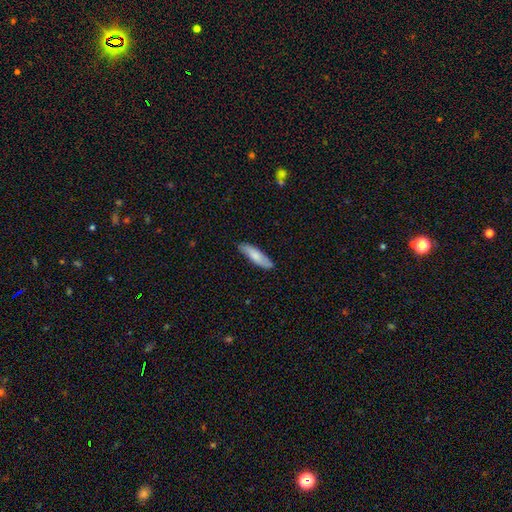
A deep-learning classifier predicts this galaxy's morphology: Smooth or featured?
  - smooth: 77% *
  - featured or disk: 18%
  - star or artifact: 5%
How rounded?
  - cigar-shaped: 64% *
  - in between: 34%
  - round: 2%
Merging?
  - none: 85% *
  - minor disturbance: 12%
  - major disturbance: 2%
  - merger: 1%